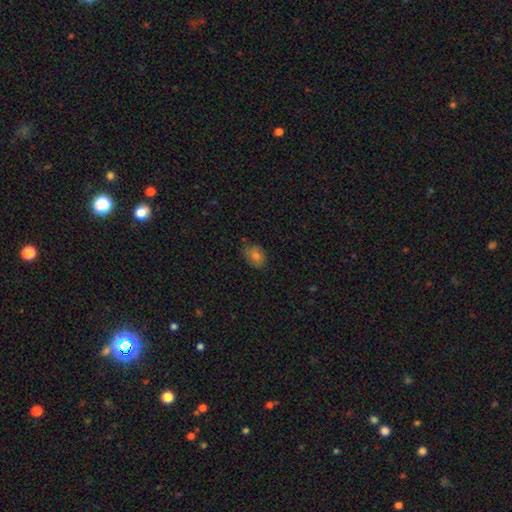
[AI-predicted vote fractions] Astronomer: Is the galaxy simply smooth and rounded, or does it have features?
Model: smooth — 75%.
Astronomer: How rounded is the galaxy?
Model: in between — 68%.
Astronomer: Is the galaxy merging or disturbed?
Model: none — 72%.